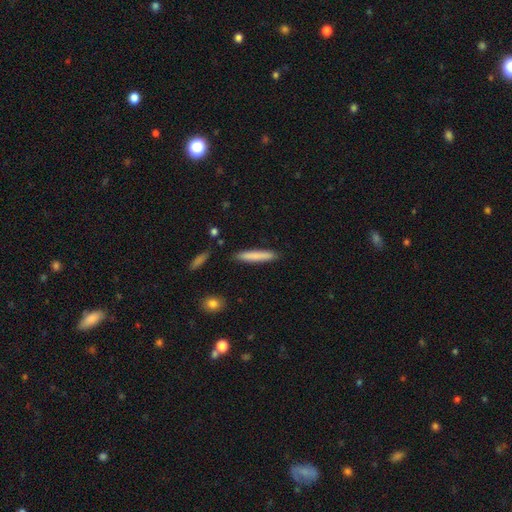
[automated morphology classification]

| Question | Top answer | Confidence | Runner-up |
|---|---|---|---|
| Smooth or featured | smooth | 79% | featured or disk (15%) |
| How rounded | cigar-shaped | 94% | in between (5%) |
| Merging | none | 89% | minor disturbance (8%) |